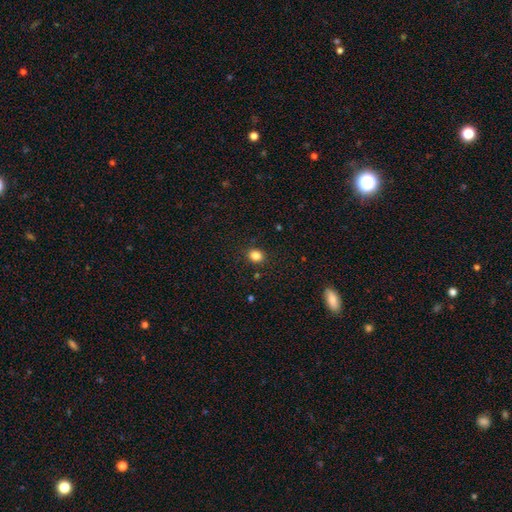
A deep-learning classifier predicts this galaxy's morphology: smooth-or-featured: smooth: 84% | star or artifact: 12% | featured or disk: 4%
  how-rounded: round: 66% | in between: 33% | cigar-shaped: 1%
  merging: none: 88% | minor disturbance: 8% | major disturbance: 2% | merger: 1%